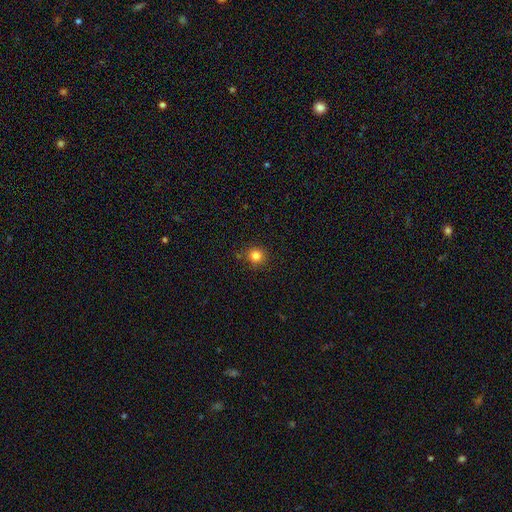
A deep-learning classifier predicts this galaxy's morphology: type=smooth (82%); roundness=round (92%); merging=none (87%).